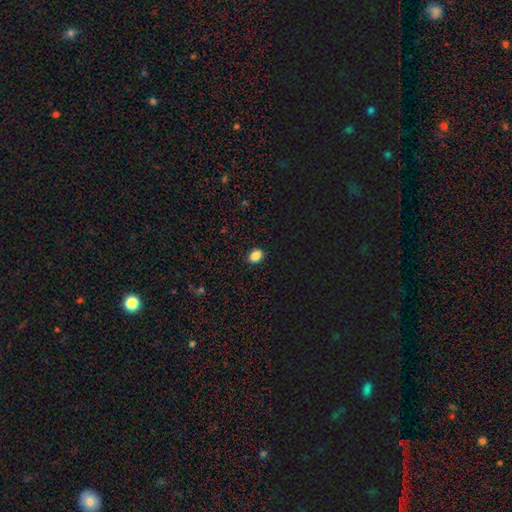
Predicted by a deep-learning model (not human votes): Smooth or featured? Predicted: smooth (p=0.85). How rounded? Predicted: in between (p=0.67). Merging? Predicted: none (p=0.90).